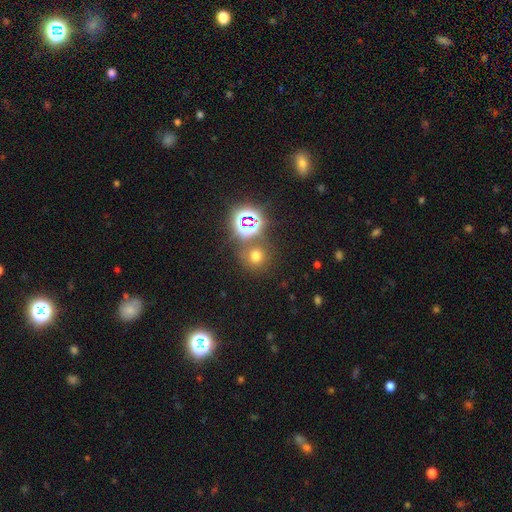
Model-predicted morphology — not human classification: This is possibly a smooth galaxy (59%). How rounded: clearly round (87%). Merging: likely none (73%).